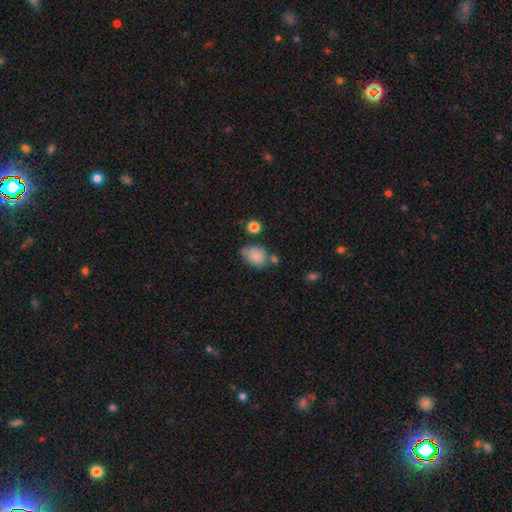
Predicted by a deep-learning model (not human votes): A smooth galaxy with no disk features (83%) that is in between round and cigar-shaped (55%). Merging: none (51%).